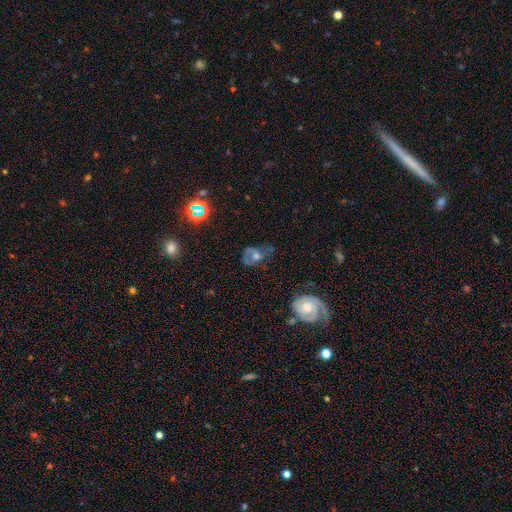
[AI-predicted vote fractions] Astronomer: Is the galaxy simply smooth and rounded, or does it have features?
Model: featured or disk — 47% (runner-up: smooth, 34%).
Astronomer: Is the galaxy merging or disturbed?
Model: none — 43% (runner-up: major disturbance, 26%).